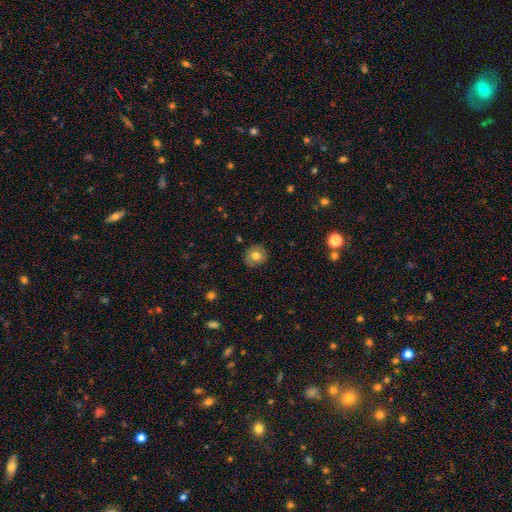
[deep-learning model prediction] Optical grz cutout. It shows a smooth galaxy with no disk features (71%) that is round (85%). Merging: none (87%).